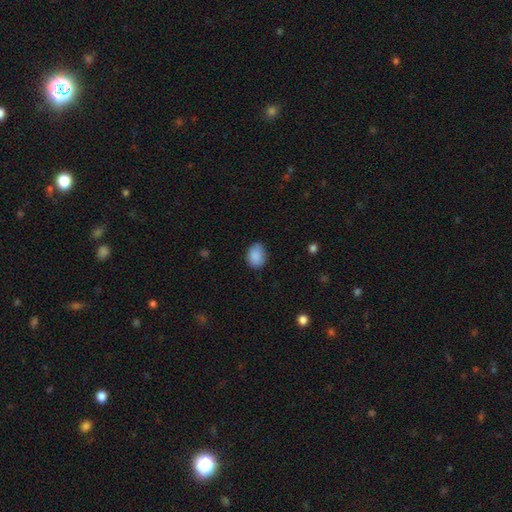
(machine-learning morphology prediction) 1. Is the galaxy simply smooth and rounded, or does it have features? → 88% smooth, 8% star or artifact, 4% featured or disk.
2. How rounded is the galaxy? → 64% in between, 35% round, 1% cigar-shaped.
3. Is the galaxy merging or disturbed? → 73% none, 22% minor disturbance, 4% major disturbance, 1% merger.